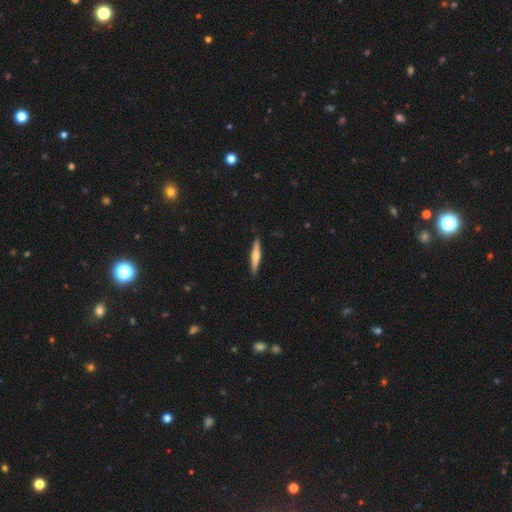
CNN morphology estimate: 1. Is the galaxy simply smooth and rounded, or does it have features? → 54% featured or disk, 41% smooth, 5% star or artifact.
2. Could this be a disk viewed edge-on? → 97% yes, 3% no.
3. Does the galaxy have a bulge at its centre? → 85% rounded, 8% none, 7% boxy.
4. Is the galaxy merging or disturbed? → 91% none, 7% minor disturbance, 1% major disturbance, 1% merger.